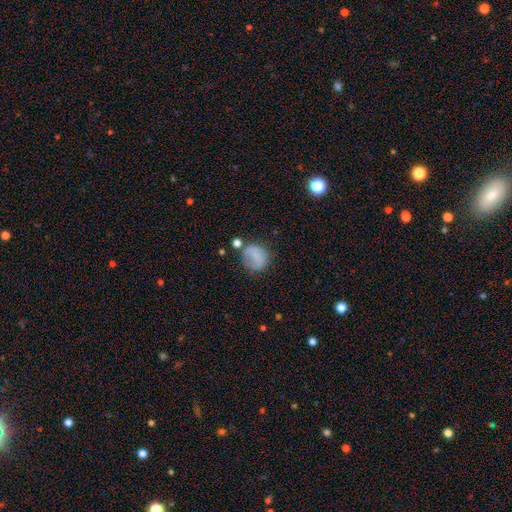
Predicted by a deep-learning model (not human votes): smooth_or_featured: smooth (p=0.77) [alt: featured or disk p=0.12]
how_rounded: round (p=0.73) [alt: in between p=0.25]
merging: none (p=0.55) [alt: minor disturbance p=0.24]